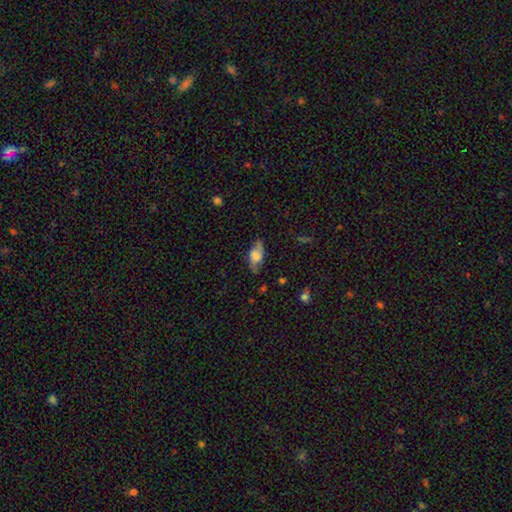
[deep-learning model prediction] smooth-or-featured: smooth: 52% | featured or disk: 39% | star or artifact: 9%
  how-rounded: in between: 81% | cigar-shaped: 13% | round: 6%
  merging: none: 72% | minor disturbance: 20% | major disturbance: 6% | merger: 2%